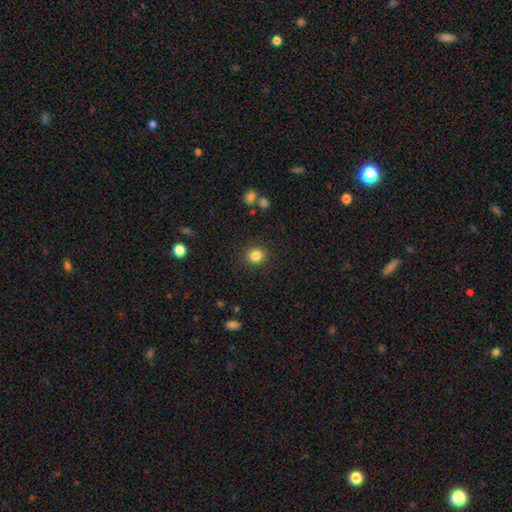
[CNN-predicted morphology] A smooth galaxy with no disk features (84%) that is round (82%).

Vote fractions:
- Smooth or featured? smooth: 84% / star or artifact: 11% / featured or disk: 5%
- How rounded? round: 82% / in between: 17% / cigar-shaped: 1%
- Merging? none: 89% / minor disturbance: 7% / major disturbance: 3% / merger: 1%